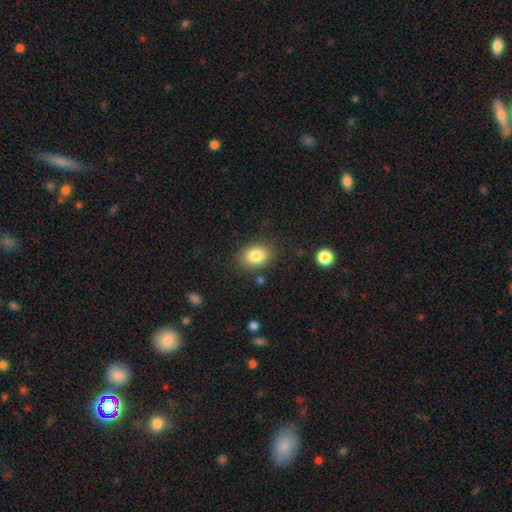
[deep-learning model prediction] The model was most divided on "how rounded": in between: 72%, round: 27%, cigar-shaped: 1%. More confident: smooth or featured — smooth (84%); merging — none (83%).